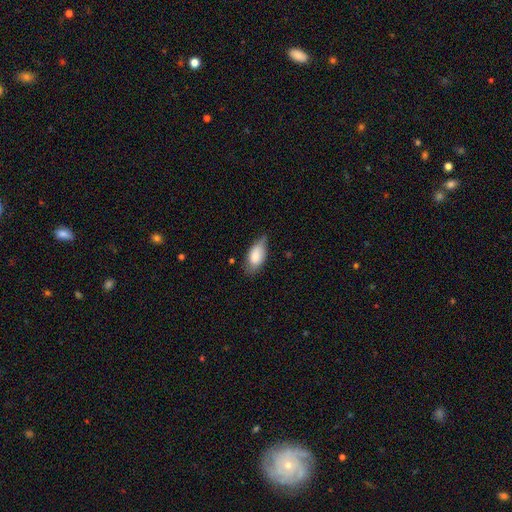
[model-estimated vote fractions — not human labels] Smooth or featured? Predicted: smooth (p=0.82). How rounded? Predicted: in between (p=0.90). Merging? Predicted: none (p=0.58).